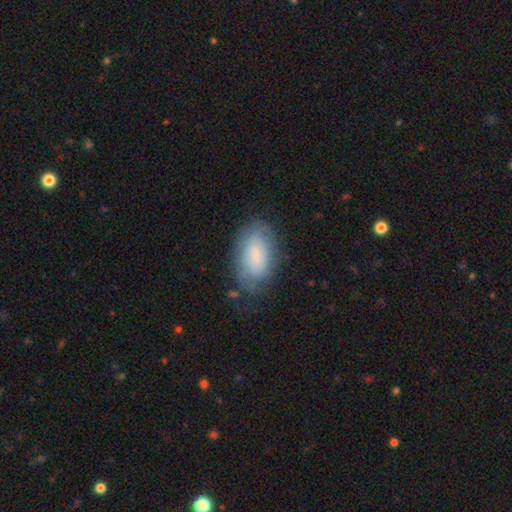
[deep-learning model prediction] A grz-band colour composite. It shows a smooth galaxy with no disk features (61%) that is in between round and cigar-shaped (93%). Merging: none (66%).